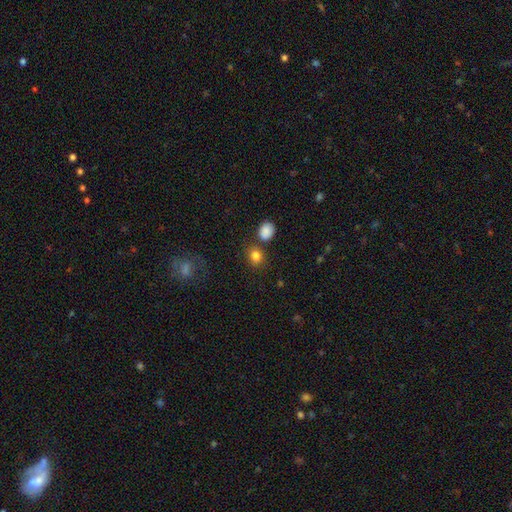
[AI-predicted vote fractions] smooth-or-featured: smooth: 83% | star or artifact: 11% | featured or disk: 5%
  how-rounded: round: 69% | in between: 30% | cigar-shaped: 1%
  merging: none: 72% | merger: 14% | minor disturbance: 10% | major disturbance: 4%